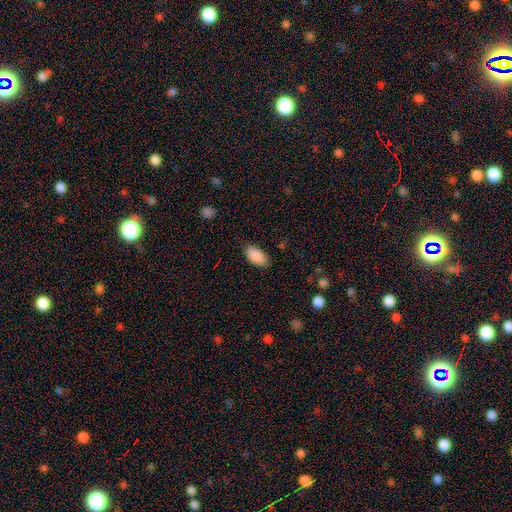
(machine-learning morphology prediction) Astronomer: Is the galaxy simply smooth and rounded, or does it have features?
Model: smooth — 89%.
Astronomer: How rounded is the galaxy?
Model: in between — 95%.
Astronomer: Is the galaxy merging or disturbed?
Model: none — 83%.